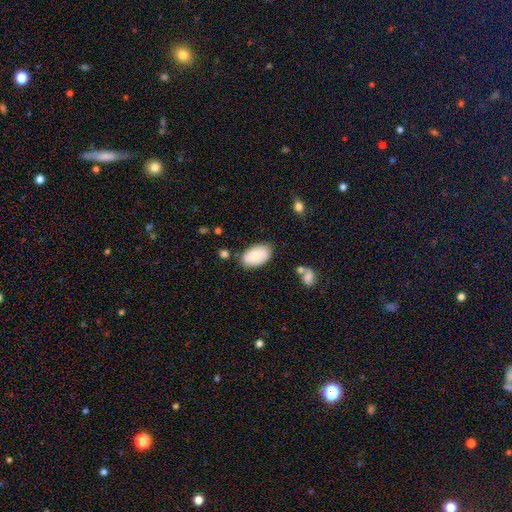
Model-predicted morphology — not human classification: Smooth or featured? Predicted: smooth (p=0.80). How rounded? Predicted: in between (p=0.94). Merging? Predicted: none (p=0.76).